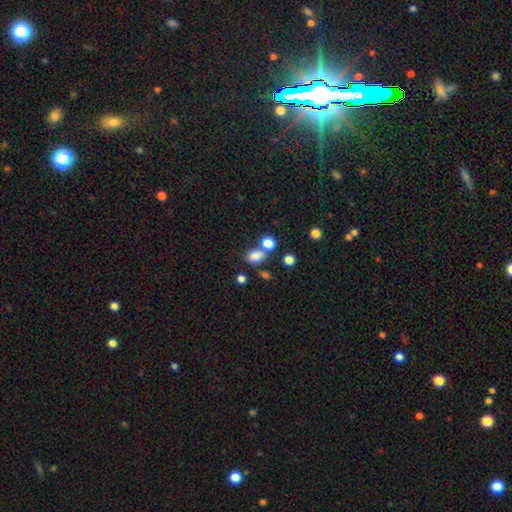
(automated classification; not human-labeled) This appears to be a smooth galaxy with no disk features (81%) that is in between round and cigar-shaped (69%). Merging: none (57%).